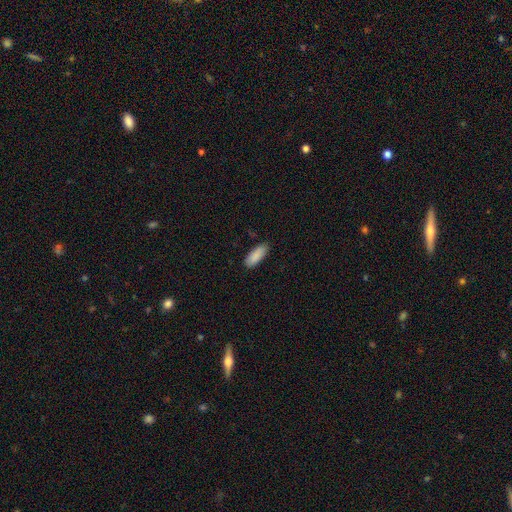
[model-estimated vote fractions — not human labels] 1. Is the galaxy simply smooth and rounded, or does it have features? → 90% smooth, 6% star or artifact, 4% featured or disk.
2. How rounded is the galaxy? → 72% in between, 26% cigar-shaped, 2% round.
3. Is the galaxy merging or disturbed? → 85% none, 12% minor disturbance, 2% major disturbance, 1% merger.